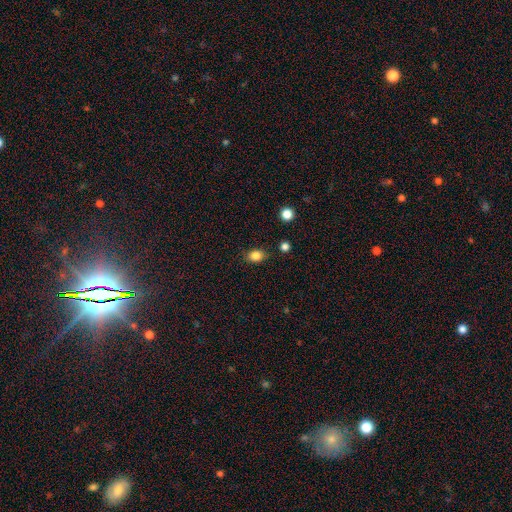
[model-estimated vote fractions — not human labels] Morphology: type=smooth (84%); roundness=in between (68%); merging=none (83%).